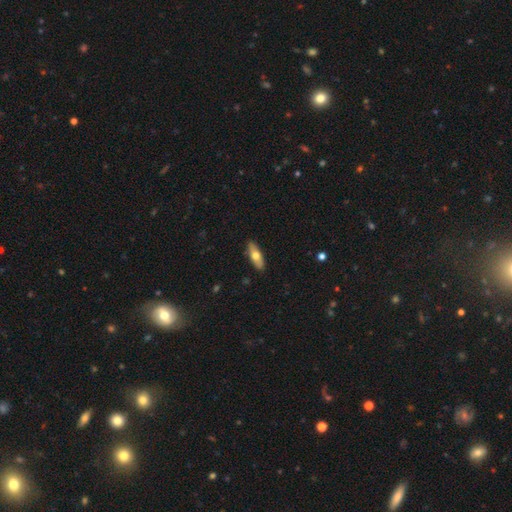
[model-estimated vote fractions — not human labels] Smooth or featured? smooth (61%)
How rounded? in between (63%)
Merging? none (88%)